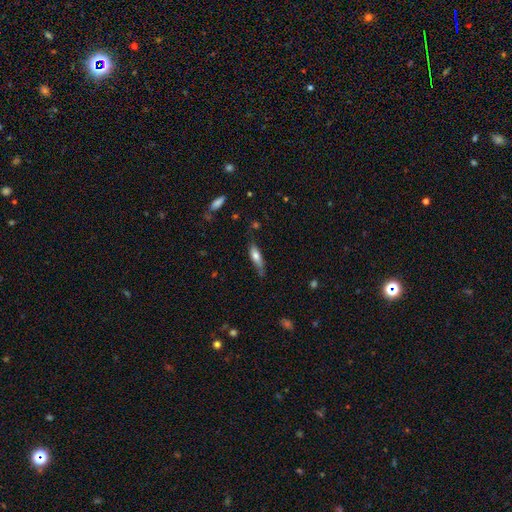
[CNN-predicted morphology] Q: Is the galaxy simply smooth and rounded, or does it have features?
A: smooth — 67%.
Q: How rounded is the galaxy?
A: cigar-shaped — 53%.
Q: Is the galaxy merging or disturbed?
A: none — 60%.